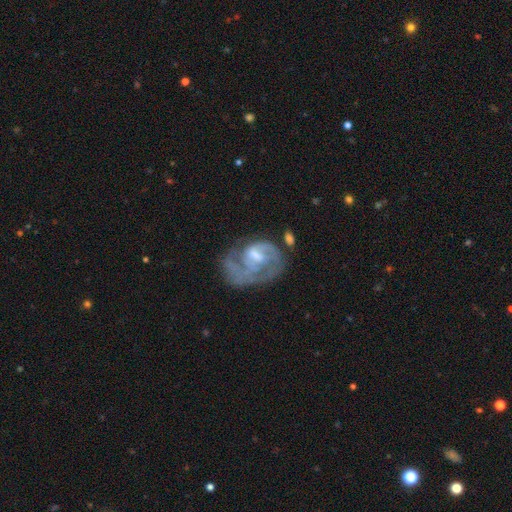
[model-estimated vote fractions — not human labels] Morphology: type=featured or disk (76%); edge-on=no (97%); bar=weak (50%); spiral arms=yes (81%); winding=tight (42%); arm count=2 (34%); bulge=moderate (41%); merging=none (41%).